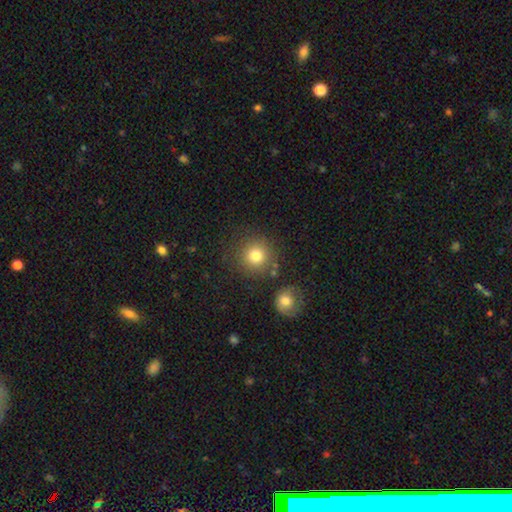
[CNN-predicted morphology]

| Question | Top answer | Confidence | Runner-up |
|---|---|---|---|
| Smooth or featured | smooth | 79% | star or artifact (12%) |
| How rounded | round | 94% | in between (5%) |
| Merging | none | 80% | minor disturbance (9%) |